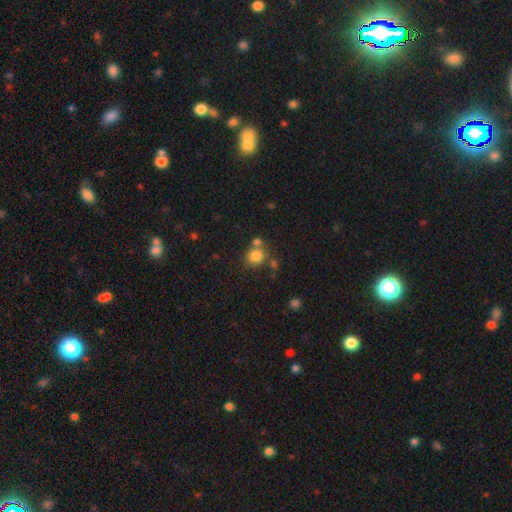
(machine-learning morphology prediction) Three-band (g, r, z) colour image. It shows a smooth galaxy with no disk features (81%) that is round (80%). Merging: none (62%).